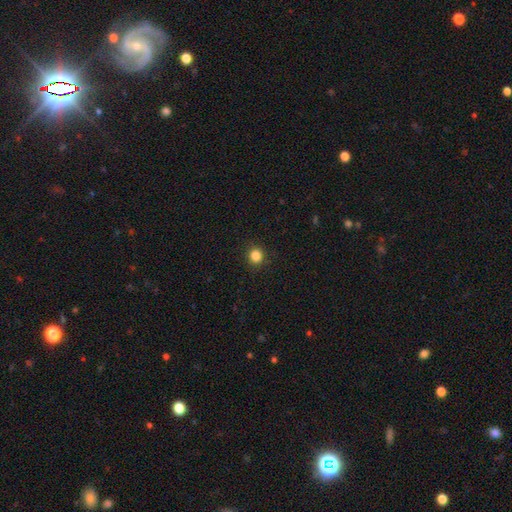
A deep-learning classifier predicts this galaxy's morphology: smooth-or-featured: smooth: 85% | star or artifact: 12% | featured or disk: 4%
  how-rounded: round: 93% | in between: 6% | cigar-shaped: 1%
  merging: none: 92% | minor disturbance: 5% | major disturbance: 2% | merger: 1%